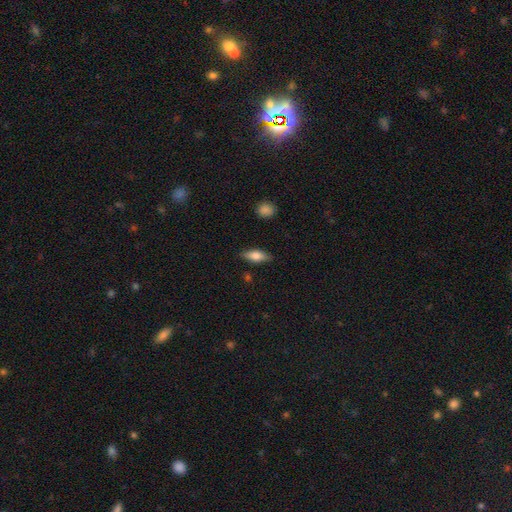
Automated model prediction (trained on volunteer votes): Smooth or featured: smooth — 66% (featured or disk — 27%)
How rounded: in between — 70% (cigar-shaped — 27%)
Merging: none — 84% (minor disturbance — 12%)